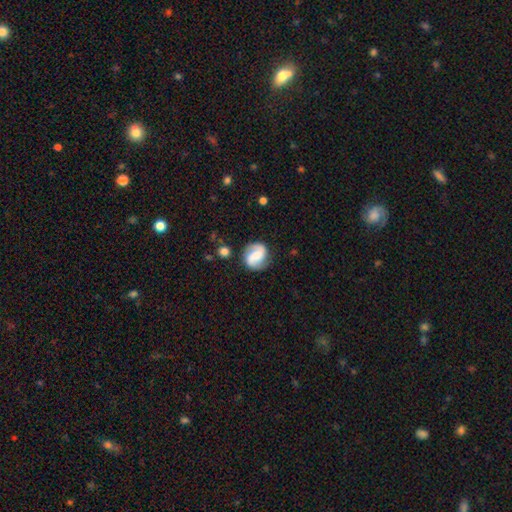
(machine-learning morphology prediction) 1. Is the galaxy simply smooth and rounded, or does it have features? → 68% featured or disk, 25% smooth, 7% star or artifact.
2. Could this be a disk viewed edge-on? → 98% no, 2% yes.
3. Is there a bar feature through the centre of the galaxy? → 39% weak, 34% no, 27% strong.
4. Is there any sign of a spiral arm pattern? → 93% yes, 7% no.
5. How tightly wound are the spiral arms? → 40% loose (tied), 40% medium (tied), 20% tight.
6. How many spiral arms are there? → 90% 2, 4% can't tell, 3% 1, 1% 3, 1% 4, 1% more than 4.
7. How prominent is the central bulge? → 29% moderate, 28% small, 23% none, 15% large, 4% dominant.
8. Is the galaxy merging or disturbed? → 79% none, 13% minor disturbance, 5% major disturbance, 3% merger.